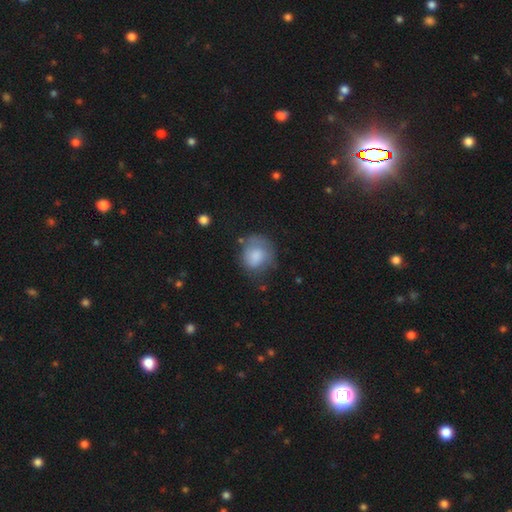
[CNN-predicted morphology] Q: Smooth or featured?
A: smooth (72%); runner-up: featured or disk (21%)
Q: How rounded?
A: round (71%); runner-up: in between (28%)
Q: Merging?
A: none (52%); runner-up: minor disturbance (28%)